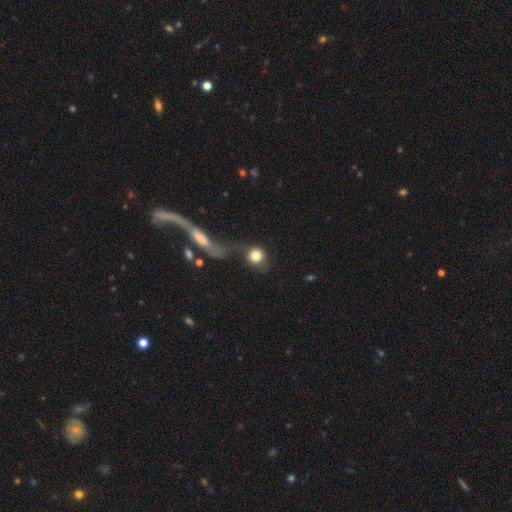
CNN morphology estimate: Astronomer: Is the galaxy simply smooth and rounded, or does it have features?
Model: smooth — 80%.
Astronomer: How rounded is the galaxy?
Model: round — 87%.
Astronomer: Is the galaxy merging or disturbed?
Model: none — 42% (runner-up: merger, 25%).